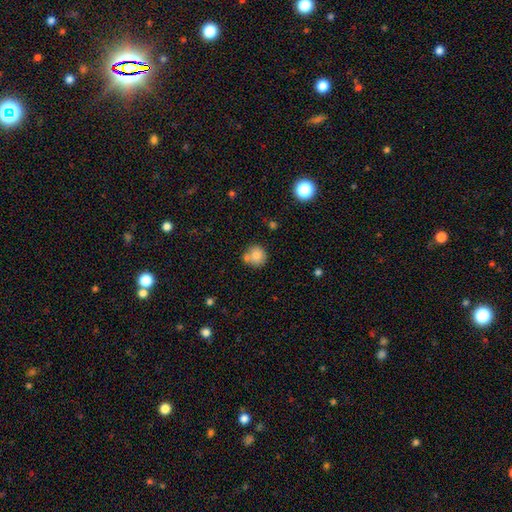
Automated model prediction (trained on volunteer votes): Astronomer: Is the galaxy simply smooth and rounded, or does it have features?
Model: smooth — 82%.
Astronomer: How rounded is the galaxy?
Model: round — 89%.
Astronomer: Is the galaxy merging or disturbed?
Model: none — 59%.